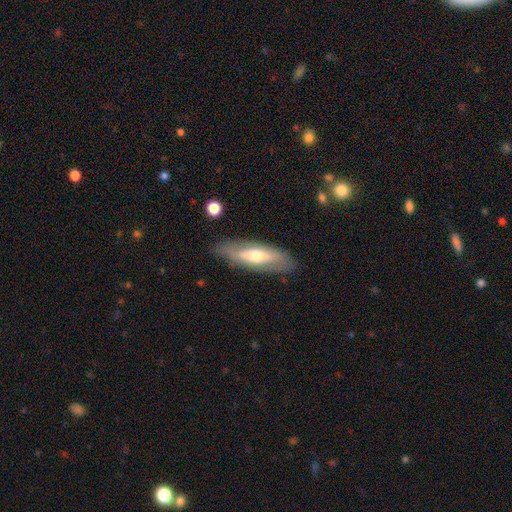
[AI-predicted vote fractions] smooth-or-featured: featured or disk: 48% | smooth: 46% | star or artifact: 6%
  merging: none: 79% | minor disturbance: 15% | major disturbance: 4% | merger: 2%